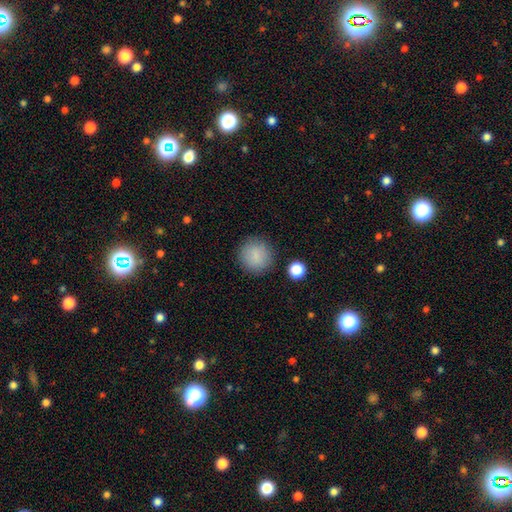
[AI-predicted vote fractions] Q: Smooth or featured?
A: smooth (86%); runner-up: star or artifact (9%)
Q: How rounded?
A: round (93%); runner-up: in between (6%)
Q: Merging?
A: none (87%); runner-up: minor disturbance (8%)